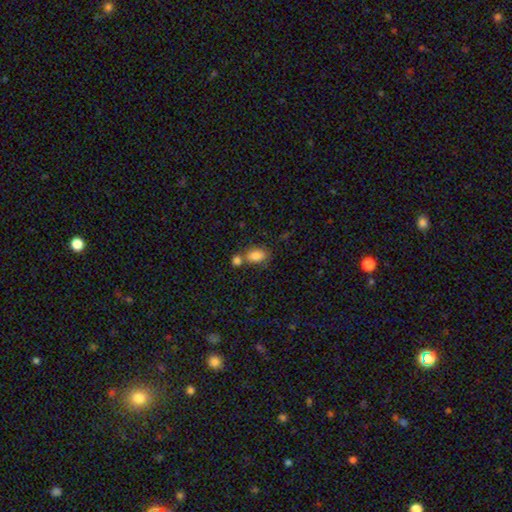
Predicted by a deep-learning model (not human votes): Overall: smooth (84%). How rounded: in between (87%). Merging: none (49%; merger 34%).